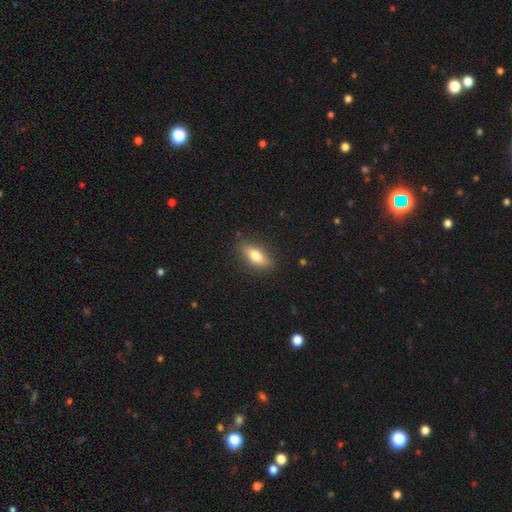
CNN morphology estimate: smooth-or-featured: smooth: 69% | featured or disk: 24% | star or artifact: 7%
  how-rounded: in between: 71% | cigar-shaped: 25% | round: 4%
  merging: none: 85% | minor disturbance: 11% | major disturbance: 2% | merger: 1%